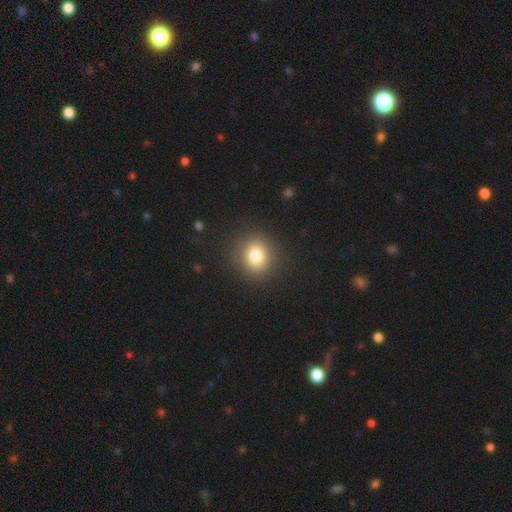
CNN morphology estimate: This appears to be a smooth galaxy with no disk features (80%) that is round (80%). Merging: none (88%).